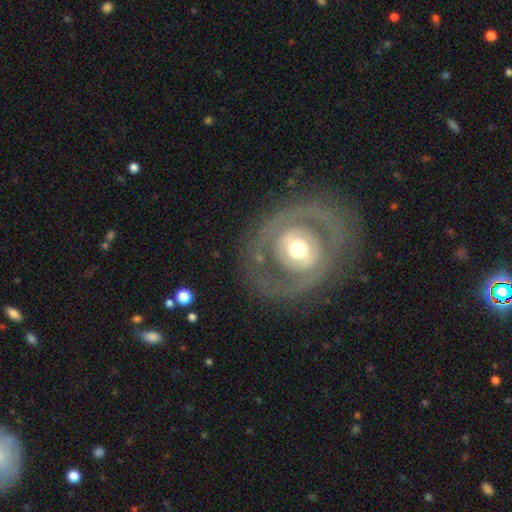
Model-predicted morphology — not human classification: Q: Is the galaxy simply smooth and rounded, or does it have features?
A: featured or disk — 75%.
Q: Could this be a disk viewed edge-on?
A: no — 96%.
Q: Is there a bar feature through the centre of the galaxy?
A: no — 64%.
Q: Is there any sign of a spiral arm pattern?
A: yes — 51%.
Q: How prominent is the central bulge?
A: moderate — 66%.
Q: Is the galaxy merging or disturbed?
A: none — 79%.